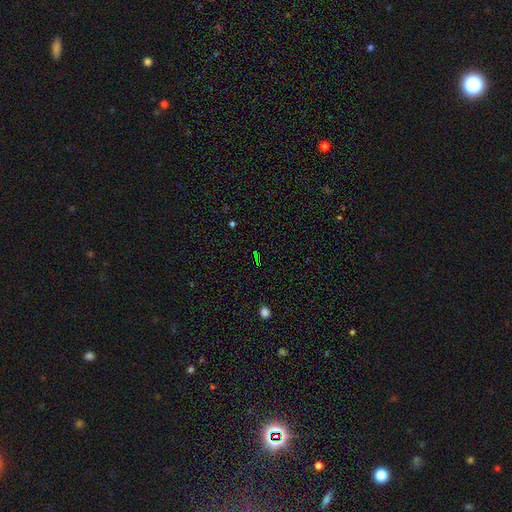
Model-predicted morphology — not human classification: Q: Smooth or featured?
A: star or artifact (72%); runner-up: smooth (18%)